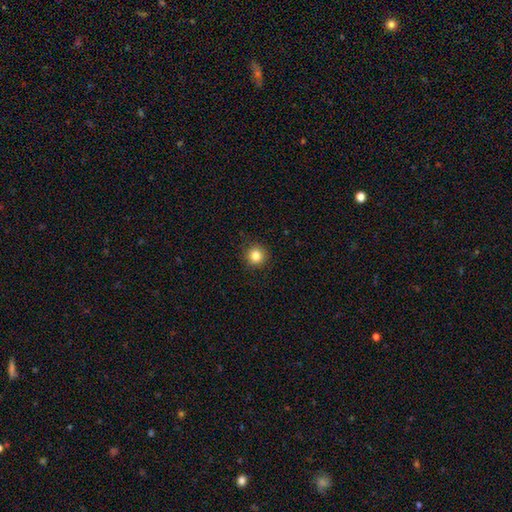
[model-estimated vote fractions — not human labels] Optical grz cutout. It shows a smooth galaxy with no disk features (84%) that is round (94%). Merging: none (91%).